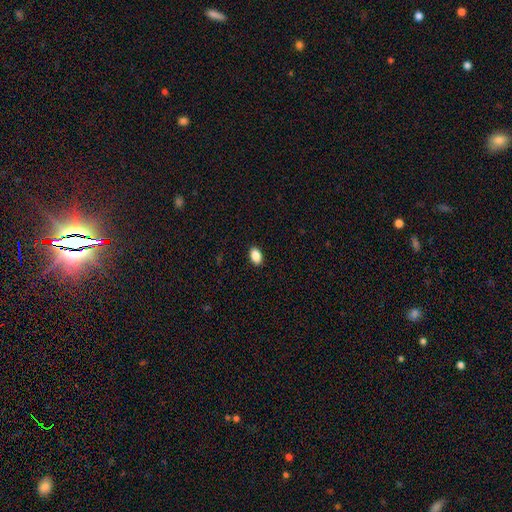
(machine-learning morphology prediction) The model was most divided on "smooth or featured": smooth: 88%, star or artifact: 8%, featured or disk: 4%. More confident: merging — none (90%); how rounded — in between (89%).